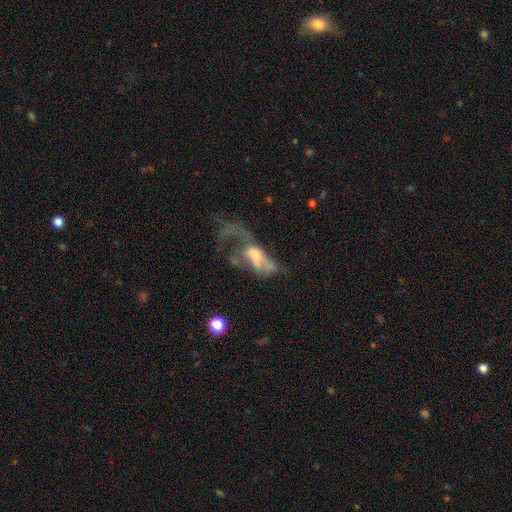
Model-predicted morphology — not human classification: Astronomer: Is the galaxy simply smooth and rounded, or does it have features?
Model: featured or disk — 62%.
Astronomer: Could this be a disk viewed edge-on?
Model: no — 92%.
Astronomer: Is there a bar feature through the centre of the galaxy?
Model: no — 72%.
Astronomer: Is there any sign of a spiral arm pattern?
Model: no — 61% (runner-up: yes, 39%).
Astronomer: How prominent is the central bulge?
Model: moderate — 43% (runner-up: small, 38%).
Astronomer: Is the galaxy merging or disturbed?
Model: major disturbance — 60%.